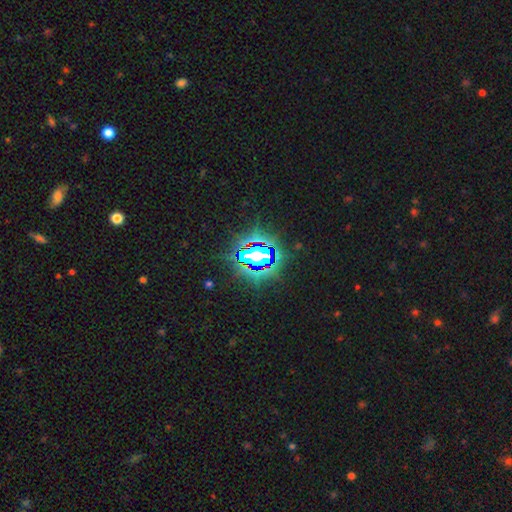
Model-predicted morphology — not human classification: A star or artifact, not a galaxy (78%).